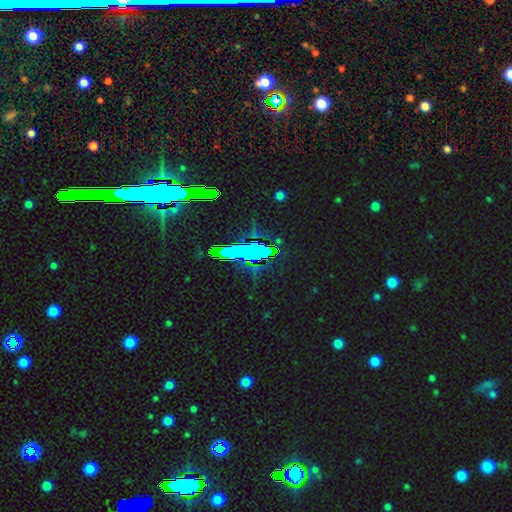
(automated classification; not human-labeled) Smooth or featured? Predicted: star or artifact (p=0.72).